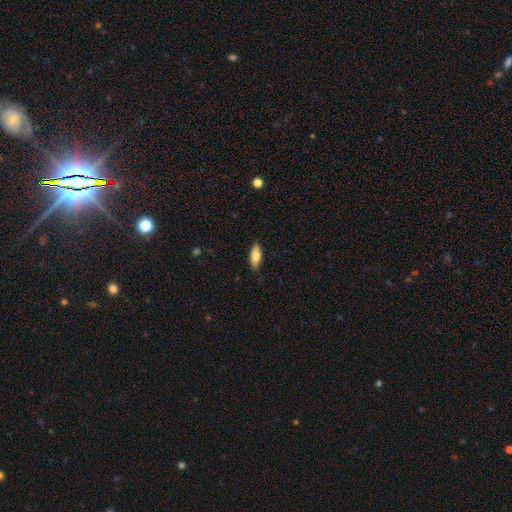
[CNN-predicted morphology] Overall: smooth (79%). How rounded: in between (68%; cigar-shaped 30%). Merging: none (88%).